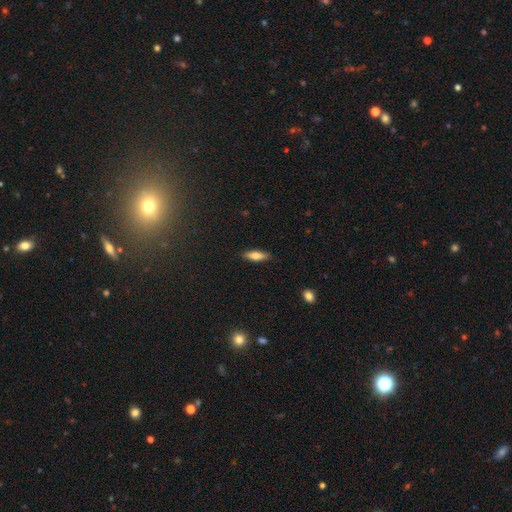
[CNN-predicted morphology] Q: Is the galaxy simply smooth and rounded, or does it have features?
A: smooth — 73%.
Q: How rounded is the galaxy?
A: cigar-shaped — 49%, tied with in between.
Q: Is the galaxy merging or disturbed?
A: none — 87%.